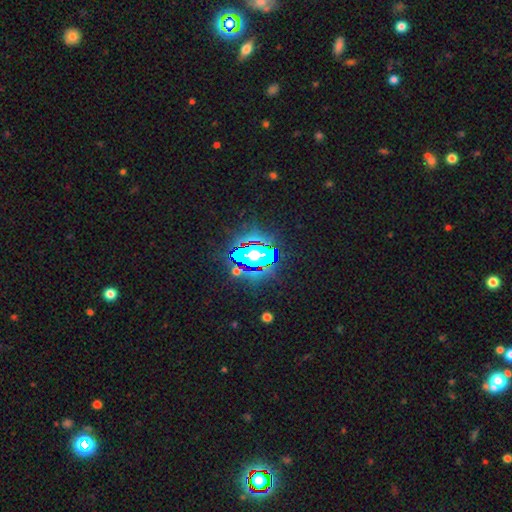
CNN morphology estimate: Q: Smooth or featured?
A: star or artifact (80%); runner-up: smooth (12%)